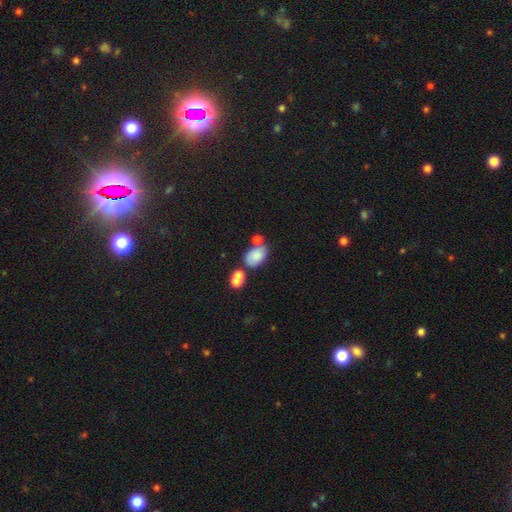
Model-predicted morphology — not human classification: smooth_or_featured: smooth (p=0.78) [alt: featured or disk p=0.13]
how_rounded: in between (p=0.89) [alt: round p=0.09]
merging: none (p=0.49) [alt: merger p=0.28]